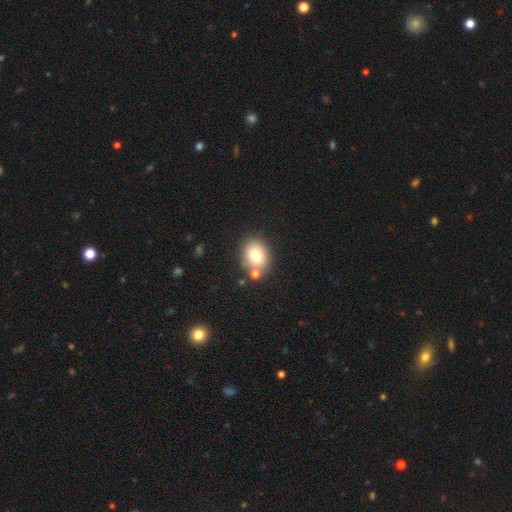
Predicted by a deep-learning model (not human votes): A smooth galaxy with no disk features (75%) that is round (54%).

Vote fractions:
- Smooth or featured? smooth: 75% / featured or disk: 14% / star or artifact: 11%
- How rounded? round: 54% / in between: 46% / cigar-shaped: 1%
- Merging? none: 71% / merger: 14% / minor disturbance: 12% / major disturbance: 3%